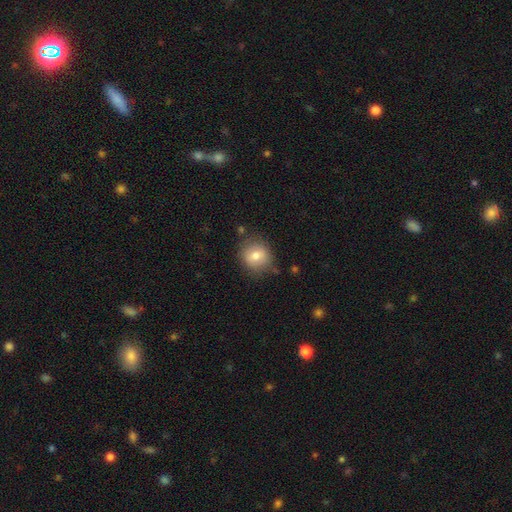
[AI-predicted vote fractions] This is likely a smooth galaxy (76%). How rounded: clearly round (85%). Merging: likely none (78%).